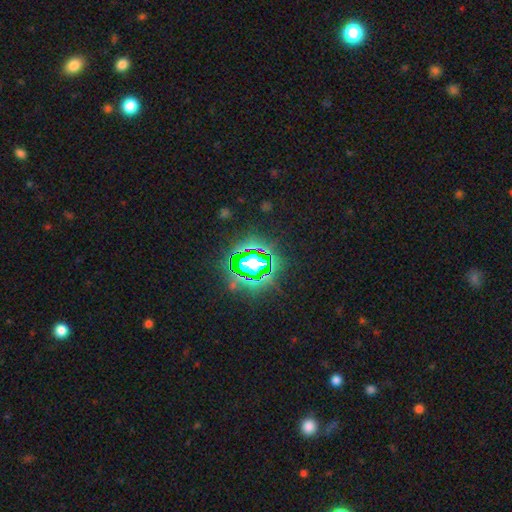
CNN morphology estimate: Q: Smooth or featured?
A: star or artifact (84%); runner-up: smooth (10%)